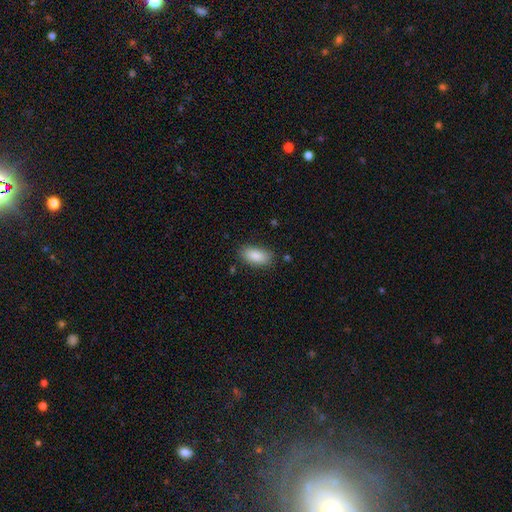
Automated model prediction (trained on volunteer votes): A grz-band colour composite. It shows a smooth galaxy with no disk features (87%) that is in between round and cigar-shaped (91%). Merging: none (83%).